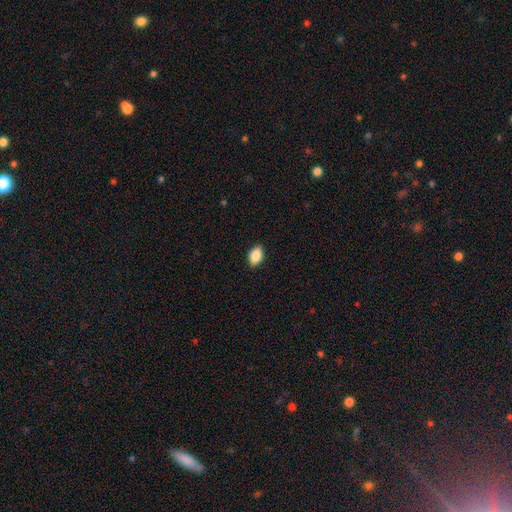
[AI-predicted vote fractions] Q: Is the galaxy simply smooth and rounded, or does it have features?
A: smooth — 86%.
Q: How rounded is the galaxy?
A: in between — 88%.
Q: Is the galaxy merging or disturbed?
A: none — 89%.